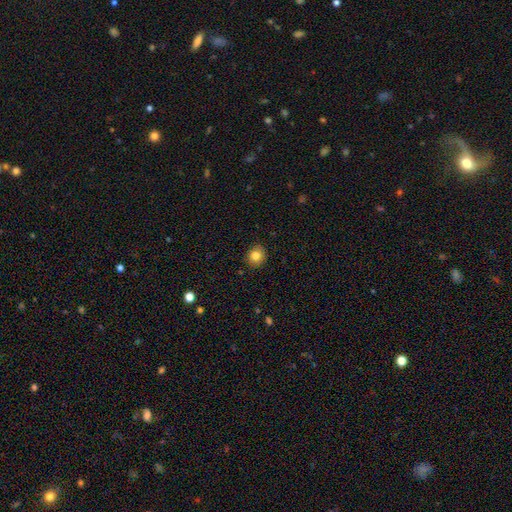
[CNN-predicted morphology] The model was most divided on "how rounded": round: 79%, in between: 20%, cigar-shaped: 1%. More confident: merging — none (88%); smooth or featured — smooth (83%).